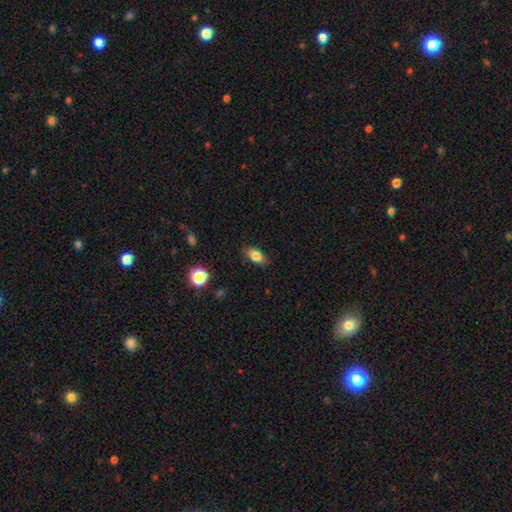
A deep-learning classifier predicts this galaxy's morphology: smooth-or-featured: smooth: 83% | star or artifact: 9% | featured or disk: 8%
  how-rounded: in between: 86% | round: 8% | cigar-shaped: 6%
  merging: none: 85% | minor disturbance: 12% | major disturbance: 3% | merger: 1%